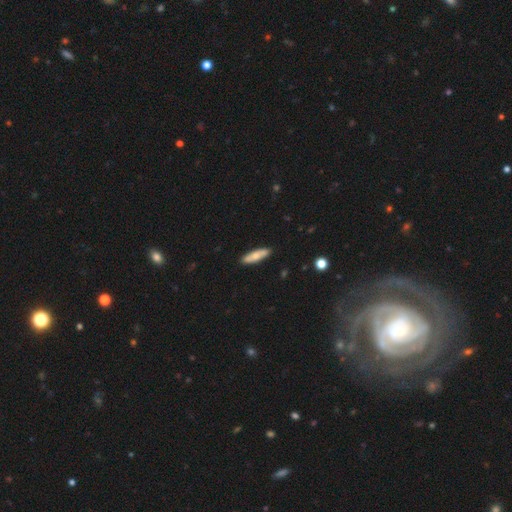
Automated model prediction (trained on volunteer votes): Q: Smooth or featured?
A: smooth (69%); runner-up: featured or disk (26%)
Q: How rounded?
A: cigar-shaped (68%); runner-up: in between (30%)
Q: Merging?
A: none (88%); runner-up: minor disturbance (9%)